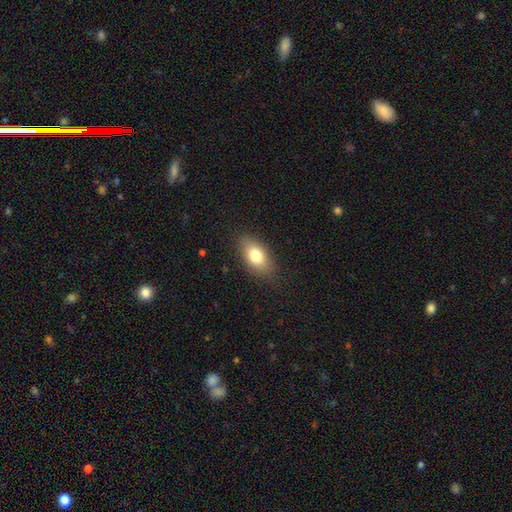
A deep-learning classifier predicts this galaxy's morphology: smooth-or-featured: smooth: 77% | featured or disk: 15% | star or artifact: 8%
  how-rounded: in between: 89% | round: 6% | cigar-shaped: 5%
  merging: none: 83% | minor disturbance: 12% | major disturbance: 3% | merger: 1%